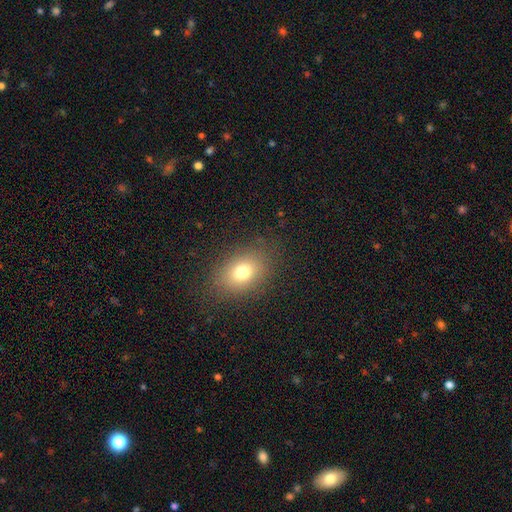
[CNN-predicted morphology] This appears to be a smooth galaxy with no disk features (73%) that is in between round and cigar-shaped (72%). Merging: none (90%).